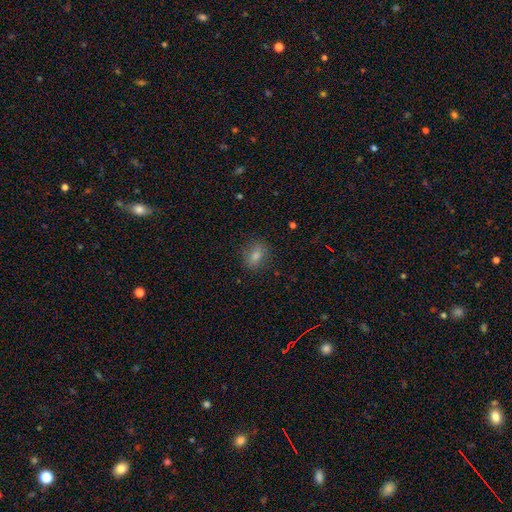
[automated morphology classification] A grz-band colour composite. It shows a smooth galaxy with no disk features (71%) that is in between round and cigar-shaped (50%). Merging: none (85%).